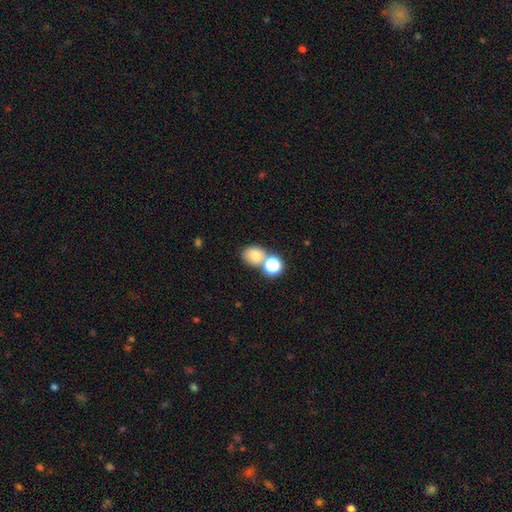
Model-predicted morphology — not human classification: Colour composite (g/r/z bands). It shows a smooth galaxy with no disk features (74%) that is round (57%). Merging: none (49%).